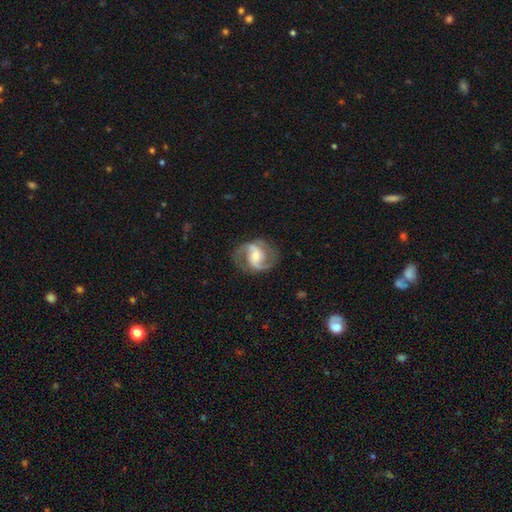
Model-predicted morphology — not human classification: smooth_or_featured: featured or disk (p=0.87) [alt: smooth p=0.07]
disk_edge_on: no (p=0.98) [alt: yes p=0.02]
bar: no (p=0.44) [alt: weak p=0.39]
has_spiral_arms: yes (p=0.97) [alt: no p=0.03]
spiral_winding: medium (p=0.57) [alt: loose p=0.26]
spiral_arm_count: 2 (p=0.91) [alt: can't tell p=0.03]
bulge_size: small (p=0.48) [alt: moderate p=0.43]
merging: none (p=0.76) [alt: minor disturbance p=0.14]